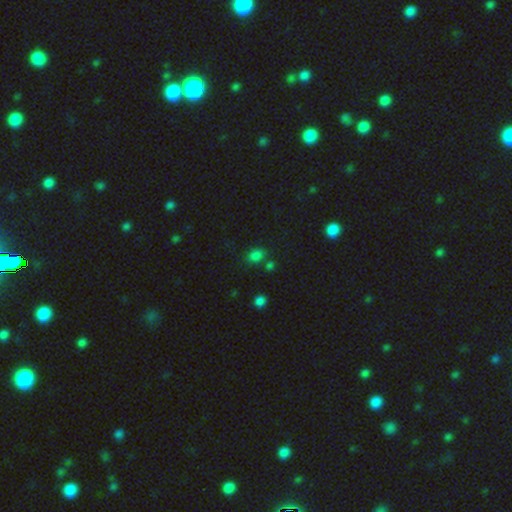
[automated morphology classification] This appears to be a smooth galaxy with no disk features (74%) that is in between round and cigar-shaped (52%). Merging: none (69%).